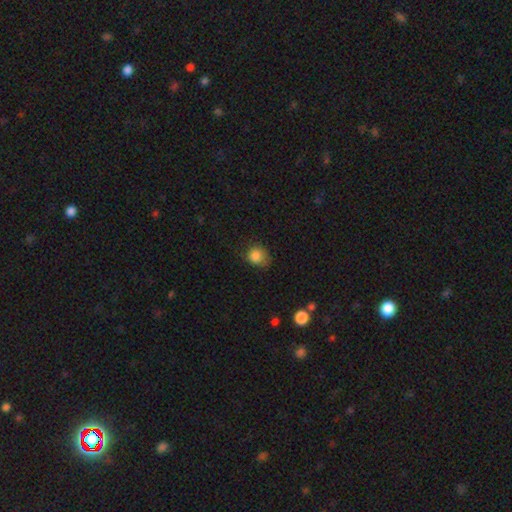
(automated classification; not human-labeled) Smooth or featured? smooth (84%)
How rounded? round (68%)
Merging? none (52%)